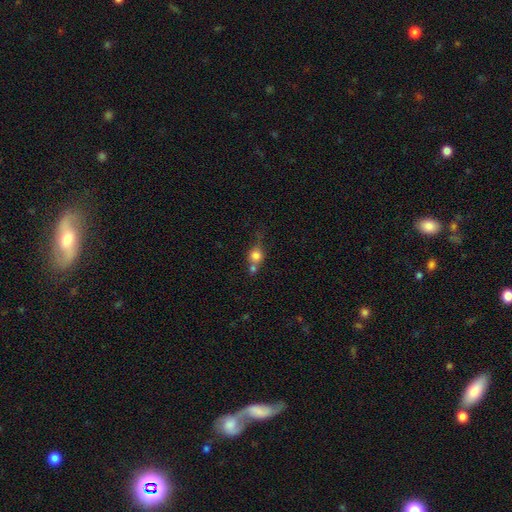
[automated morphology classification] smooth_or_featured: smooth (p=0.74) [alt: featured or disk p=0.15]
how_rounded: round (p=0.78) [alt: in between p=0.20]
merging: merger (p=0.43) [alt: none p=0.38]